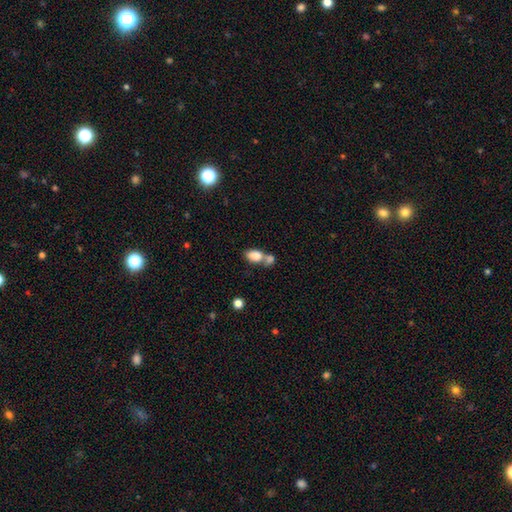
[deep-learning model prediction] The model was most divided on "merging": merger: 56%, none: 30%, minor disturbance: 9%, major disturbance: 5%. More confident: how rounded — in between (88%); smooth or featured — smooth (83%).